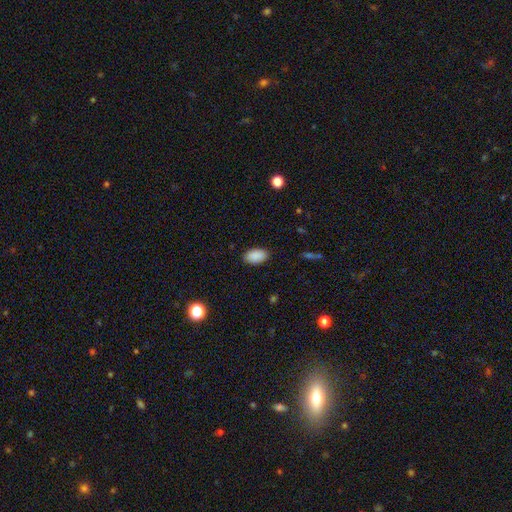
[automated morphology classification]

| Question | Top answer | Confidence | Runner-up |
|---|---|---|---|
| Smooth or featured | smooth | 90% | star or artifact (7%) |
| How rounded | in between | 94% | round (5%) |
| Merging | none | 88% | minor disturbance (9%) |